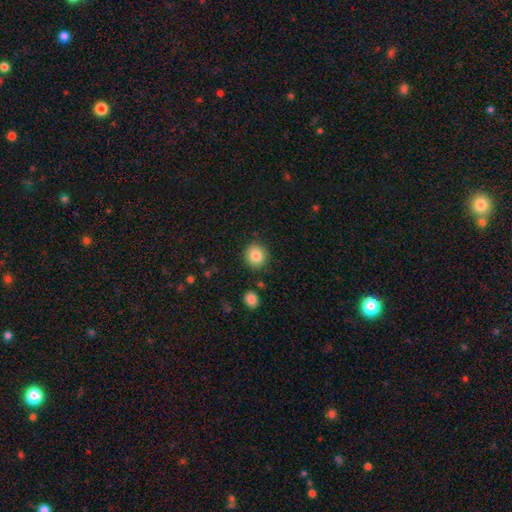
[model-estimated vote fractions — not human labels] Smooth or featured? Predicted: smooth (p=0.86). How rounded? Predicted: round (p=0.87). Merging? Predicted: none (p=0.89).